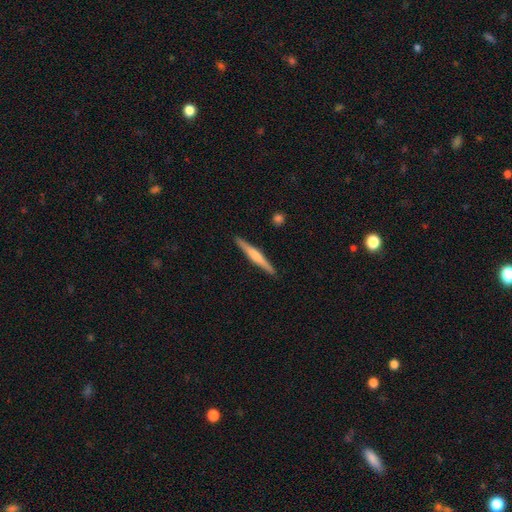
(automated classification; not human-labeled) featured or disk 52%, smooth 42%, star or artifact 5%. Down the decision tree: edge-on disk — yes (98%); edge-on bulge — rounded (49%); merging — none (91%).